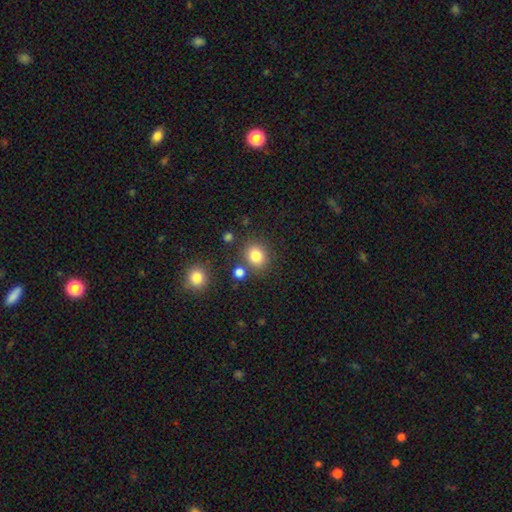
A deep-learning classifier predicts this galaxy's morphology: Smooth or featured: smooth — 82% (star or artifact — 11%)
How rounded: round — 72% (in between — 27%)
Merging: none — 78% (minor disturbance — 10%)